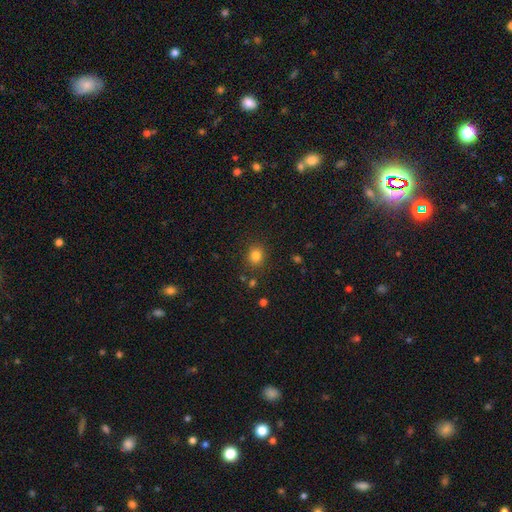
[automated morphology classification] A smooth galaxy with no disk features (82%) that is round (79%). Merging: none (86%).